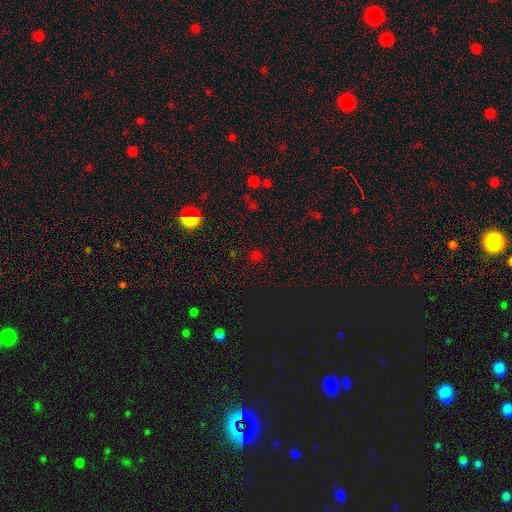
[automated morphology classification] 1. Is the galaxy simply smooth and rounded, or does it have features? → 52% star or artifact, 43% smooth, 6% featured or disk.